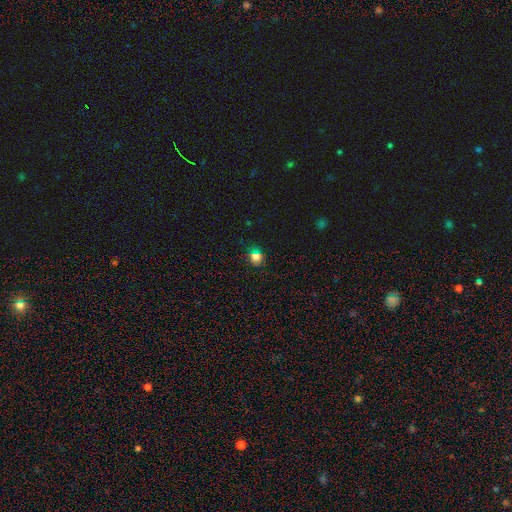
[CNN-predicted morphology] The model was most divided on "smooth or featured": smooth: 76%, star or artifact: 19%, featured or disk: 6%. More confident: merging — none (85%); how rounded — round (79%).